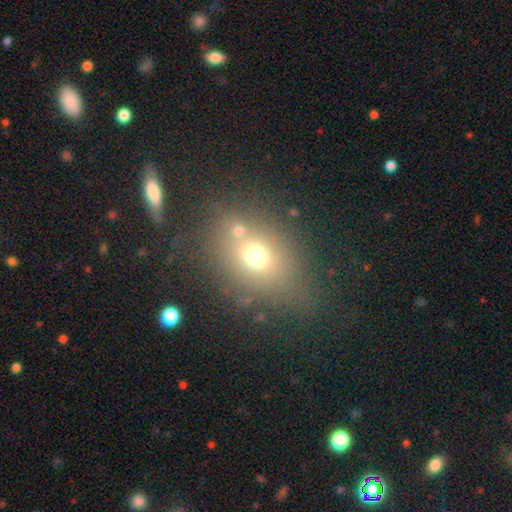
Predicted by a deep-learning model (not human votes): smooth-or-featured: smooth: 65% | star or artifact: 19% | featured or disk: 16%
  how-rounded: in between: 56% | round: 41% | cigar-shaped: 3%
  merging: none: 65% | minor disturbance: 14% | merger: 13% | major disturbance: 8%